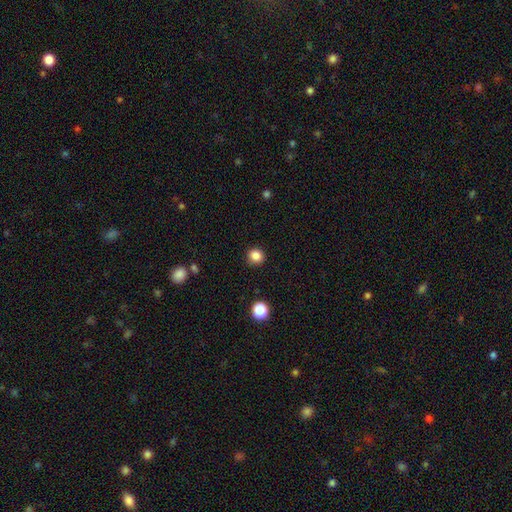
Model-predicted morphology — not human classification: The model was most divided on "smooth or featured": smooth: 85%, star or artifact: 12%, featured or disk: 4%. More confident: merging — none (90%); how rounded — round (88%).